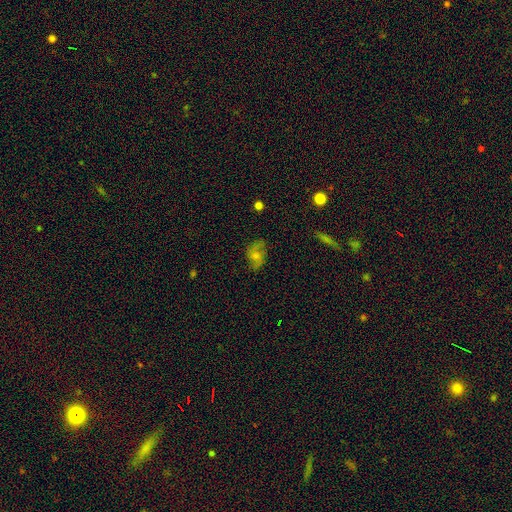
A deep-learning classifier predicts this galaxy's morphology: smooth-or-featured: featured or disk: 54% | smooth: 31% | star or artifact: 15%
  disk-edge-on: no: 94% | yes: 6%
    bar: no: 68% | weak: 27% | strong: 5%
    has-spiral-arms: yes: 84% | no: 16%
    bulge-size: moderate: 47% | small: 39% | none: 7% | large: 5% | dominant: 2%
  merging: none: 72% | minor disturbance: 19% | major disturbance: 8% | merger: 2%